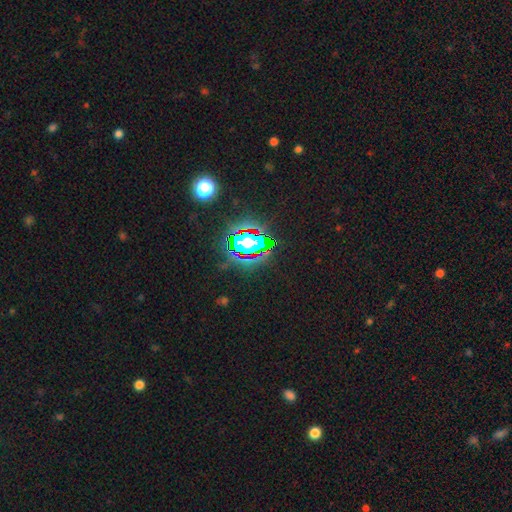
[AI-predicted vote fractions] Overall: star or artifact (77%).